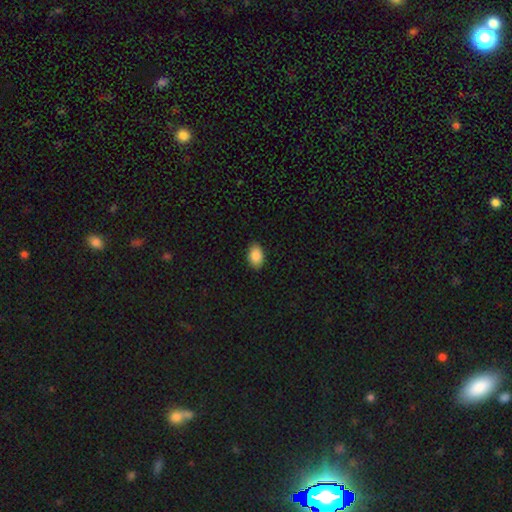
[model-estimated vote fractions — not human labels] Smooth or featured? Predicted: smooth (p=0.88). How rounded? Predicted: in between (p=0.90). Merging? Predicted: none (p=0.88).